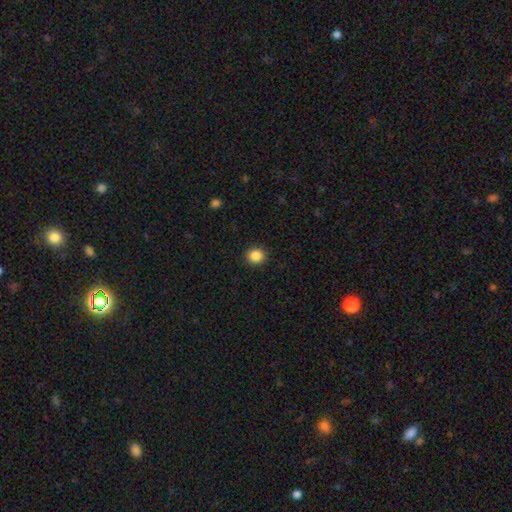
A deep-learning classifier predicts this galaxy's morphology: Smooth or featured? Predicted: smooth (p=0.86). How rounded? Predicted: round (p=0.88). Merging? Predicted: none (p=0.92).